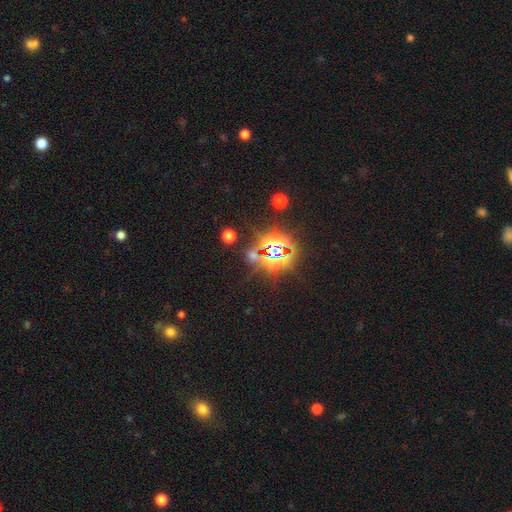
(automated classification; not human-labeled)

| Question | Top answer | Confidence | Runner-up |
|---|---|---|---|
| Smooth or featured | star or artifact | 81% | smooth (10%) |